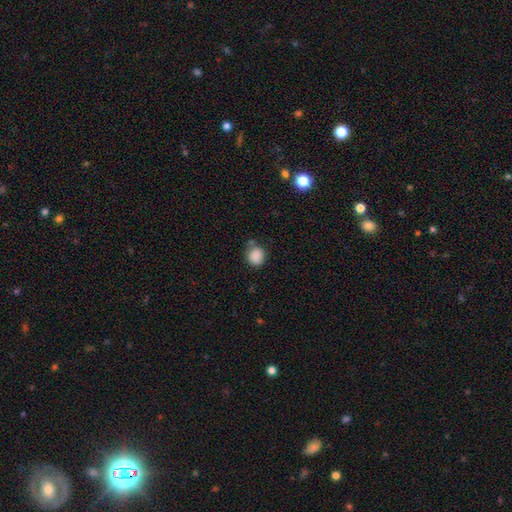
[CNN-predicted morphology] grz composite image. It shows a smooth galaxy with no disk features (87%) that is round (76%). Merging: none (69%).